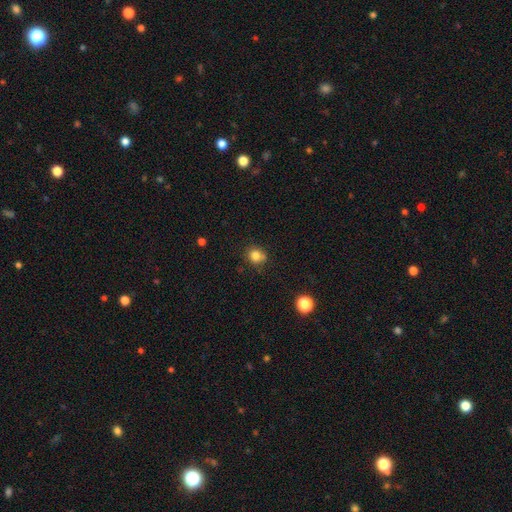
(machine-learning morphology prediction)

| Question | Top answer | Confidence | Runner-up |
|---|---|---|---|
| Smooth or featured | smooth | 81% | star or artifact (13%) |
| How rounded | round | 81% | in between (18%) |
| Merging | none | 72% | minor disturbance (17%) |